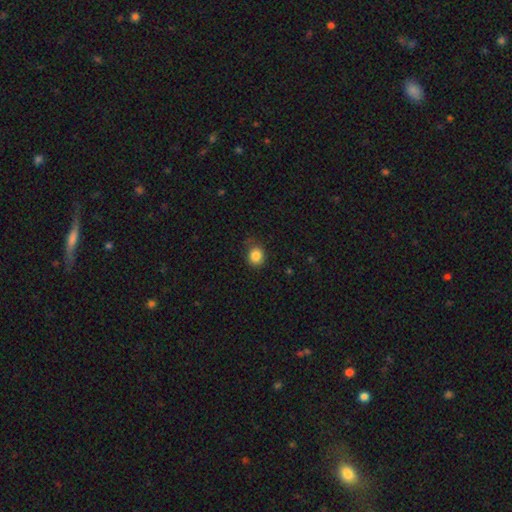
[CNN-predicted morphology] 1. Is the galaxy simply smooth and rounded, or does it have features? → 85% smooth, 11% star or artifact, 4% featured or disk.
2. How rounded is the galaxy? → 80% round, 19% in between, 1% cigar-shaped.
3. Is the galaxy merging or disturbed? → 79% none, 16% minor disturbance, 4% major disturbance, 1% merger.